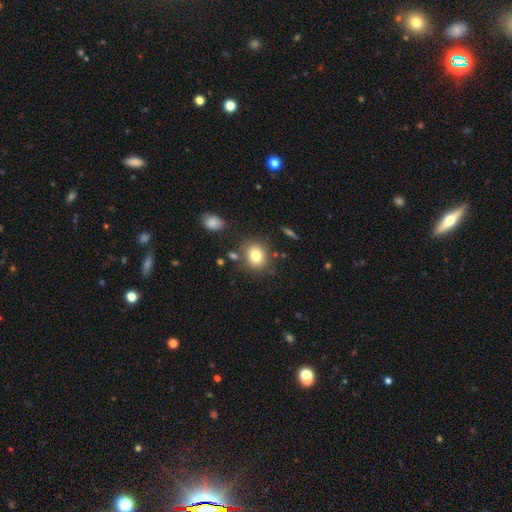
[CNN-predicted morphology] This is likely a smooth galaxy (79%). How rounded: likely round (67%). Merging: likely none (79%).